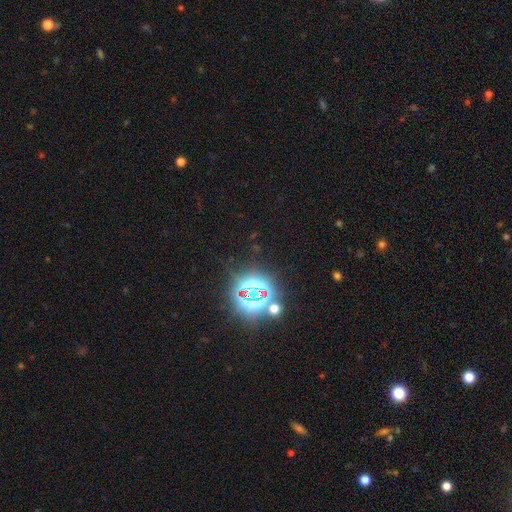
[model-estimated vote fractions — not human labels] Smooth or featured?
  - star or artifact: 84% *
  - smooth: 10%
  - featured or disk: 6%